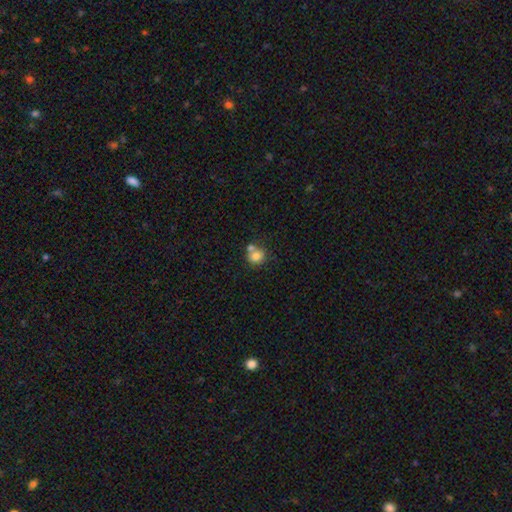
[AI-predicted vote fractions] Smooth or featured?
  - smooth: 79% *
  - featured or disk: 11%
  - star or artifact: 10%
How rounded?
  - round: 76% *
  - in between: 23%
  - cigar-shaped: 1%
Merging?
  - none: 46% *
  - merger: 39%
  - minor disturbance: 11%
  - major disturbance: 4%